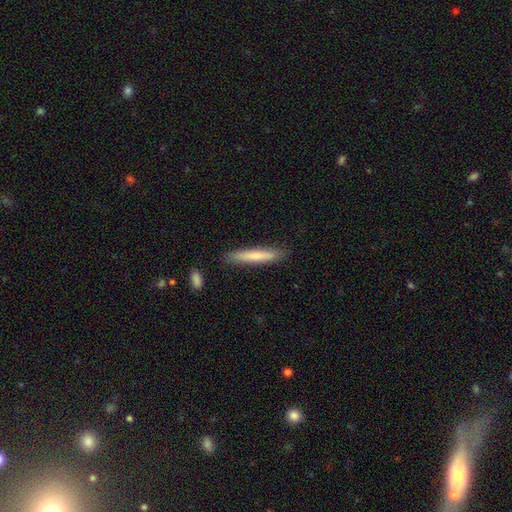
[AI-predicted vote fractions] Smooth or featured: smooth — 71% (featured or disk — 23%)
How rounded: cigar-shaped — 94% (in between — 5%)
Merging: none — 87% (minor disturbance — 9%)